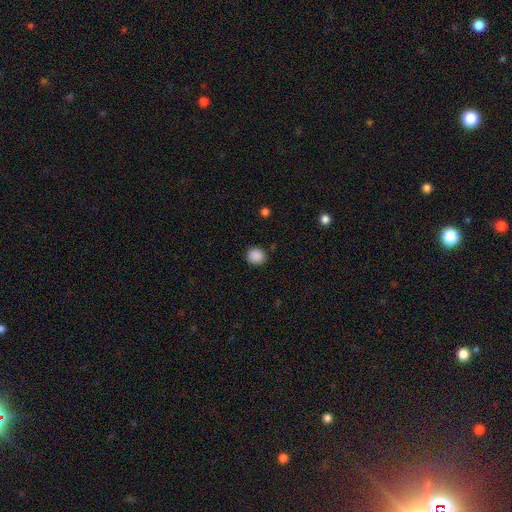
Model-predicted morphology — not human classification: This is clearly a smooth galaxy (88%). How rounded: clearly round (83%). Merging: clearly none (87%).